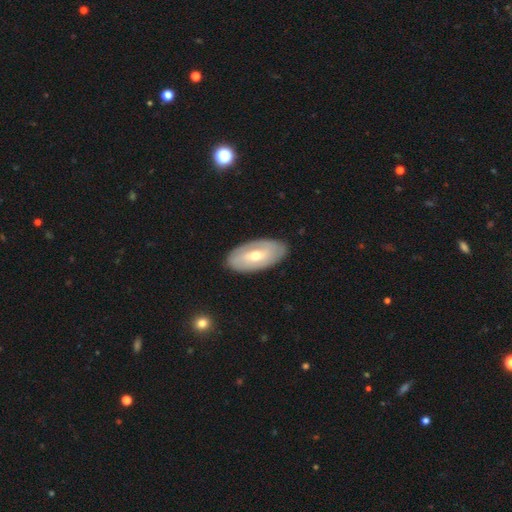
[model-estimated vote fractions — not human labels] Smooth or featured? Predicted: featured or disk (p=0.59). Edge-on disk? Predicted: no (p=0.87). Bar? Predicted: no (p=0.41). Spiral arms? Predicted: no (p=0.52). Bulge size? Predicted: moderate (p=0.64). Merging? Predicted: none (p=0.85).